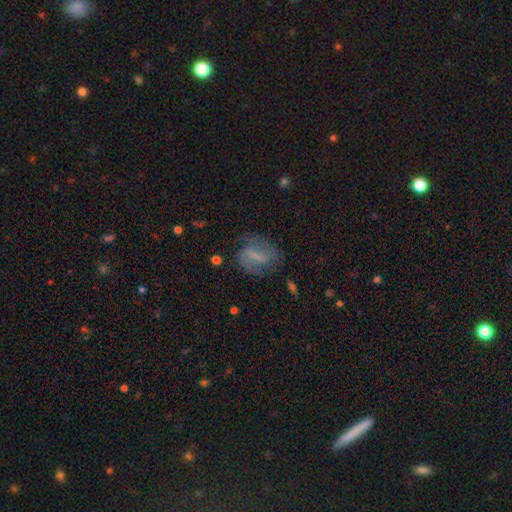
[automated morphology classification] A featured or disk galaxy (58%) with a weak bar (44%), spiral arms (79%) and no central bulge (46%). Merging: none (64%).